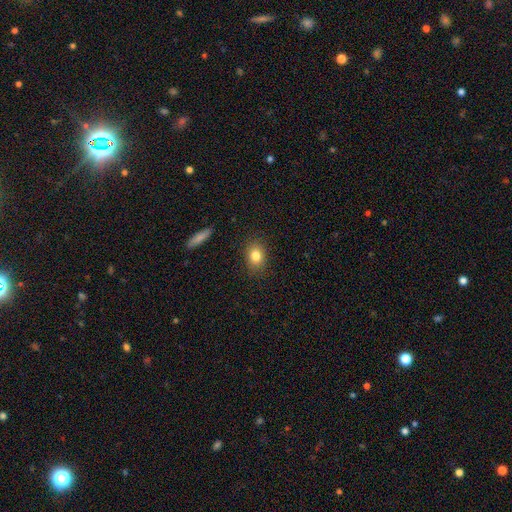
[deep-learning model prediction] Smooth or featured: smooth — 82% (star or artifact — 9%)
How rounded: in between — 68% (round — 31%)
Merging: none — 86% (minor disturbance — 10%)